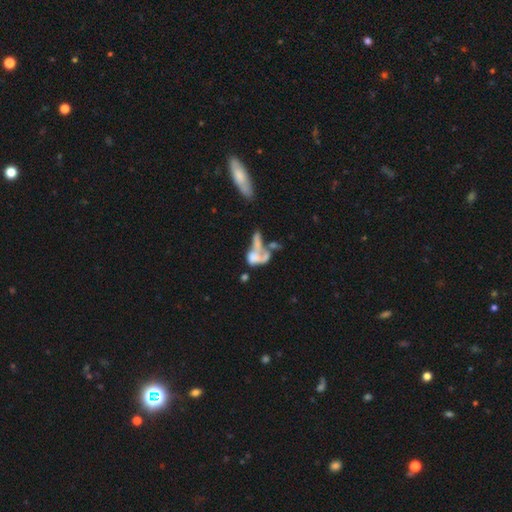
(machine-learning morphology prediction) smooth_or_featured: featured or disk (p=0.50) [alt: smooth p=0.37]
merging: merger (p=0.52) [alt: major disturbance p=0.27]